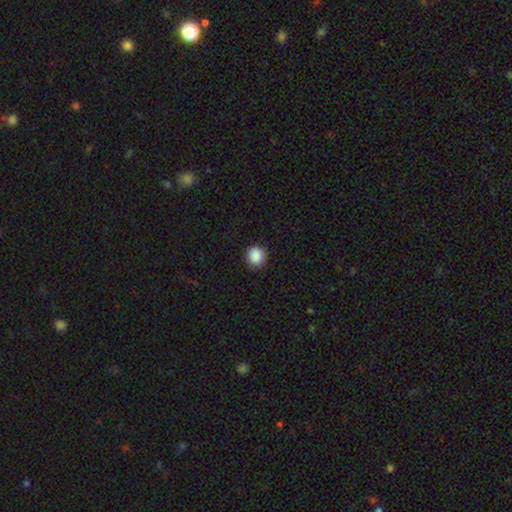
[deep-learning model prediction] Smooth or featured? smooth (88%)
How rounded? round (87%)
Merging? none (89%)